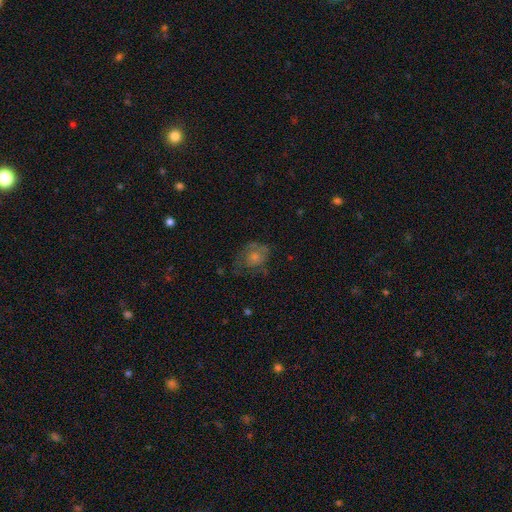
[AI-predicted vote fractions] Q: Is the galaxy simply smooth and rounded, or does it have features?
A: featured or disk — 42%.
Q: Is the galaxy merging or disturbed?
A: none — 58%.